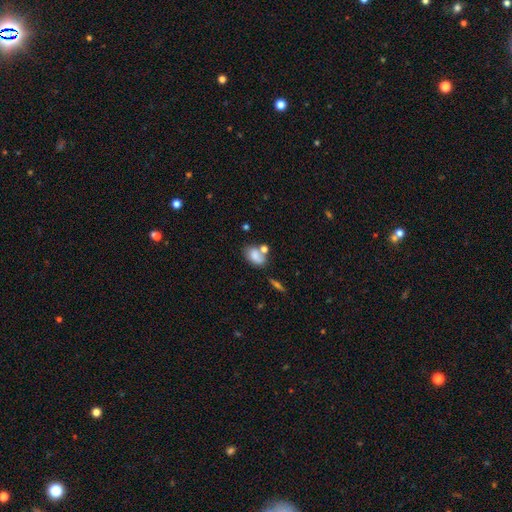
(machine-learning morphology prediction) Smooth or featured? smooth (78%)
How rounded? in between (85%)
Merging? none (46%)